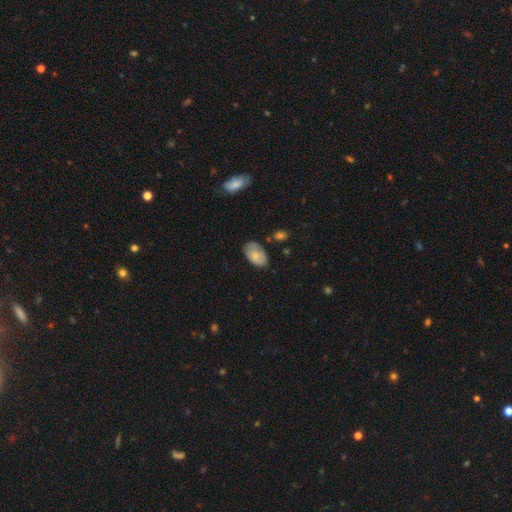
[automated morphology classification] Q: Smooth or featured?
A: smooth (75%); runner-up: featured or disk (18%)
Q: How rounded?
A: in between (93%); runner-up: round (6%)
Q: Merging?
A: none (70%); runner-up: minor disturbance (23%)